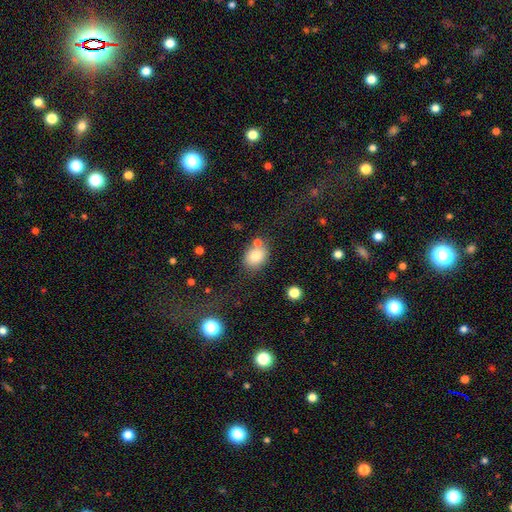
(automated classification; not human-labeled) This is likely a smooth galaxy (79%). How rounded: possibly in between (55%). Merging: likely none (66%).